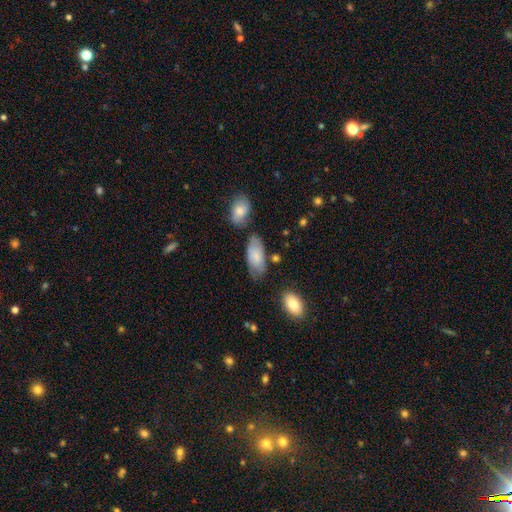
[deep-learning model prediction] Smooth or featured? smooth (75%)
How rounded? in between (90%)
Merging? none (63%)